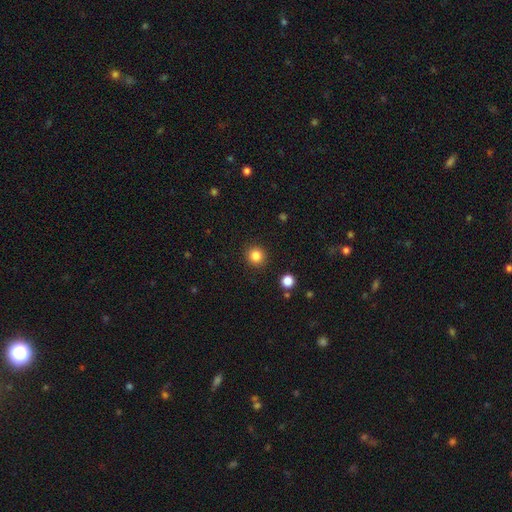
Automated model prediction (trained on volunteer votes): A smooth galaxy with no disk features (84%) that is round (94%).

Vote fractions:
- Smooth or featured? smooth: 84% / star or artifact: 12% / featured or disk: 4%
- How rounded? round: 94% / in between: 6% / cigar-shaped: 1%
- Merging? none: 91% / minor disturbance: 5% / major disturbance: 2% / merger: 1%